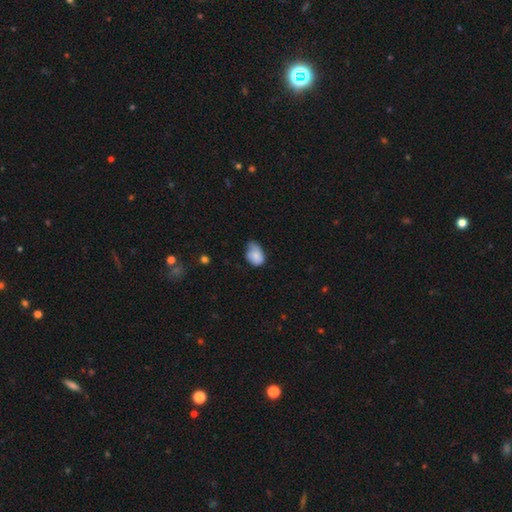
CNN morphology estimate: Smooth or featured: smooth — 80% (featured or disk — 12%)
How rounded: in between — 81% (round — 18%)
Merging: minor disturbance — 48% (none — 34%)